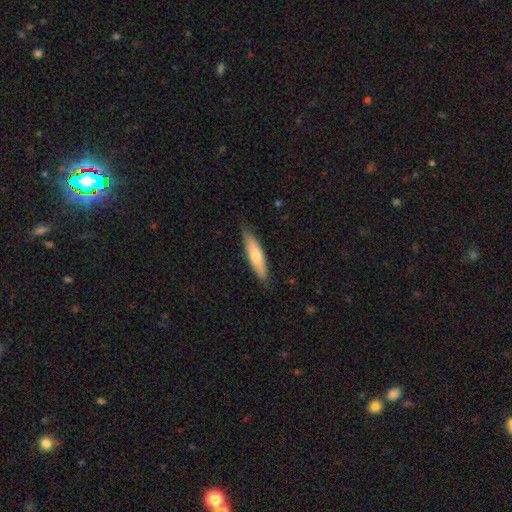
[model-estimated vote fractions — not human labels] This appears to be a smooth galaxy with no disk features (66%) that is cigar-shaped (72%). Merging: none (84%).